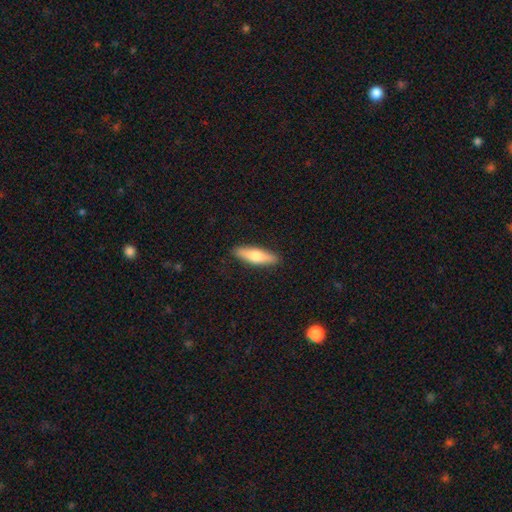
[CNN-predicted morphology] Q: Smooth or featured?
A: smooth (66%); runner-up: featured or disk (28%)
Q: How rounded?
A: cigar-shaped (67%); runner-up: in between (31%)
Q: Merging?
A: none (90%); runner-up: minor disturbance (8%)